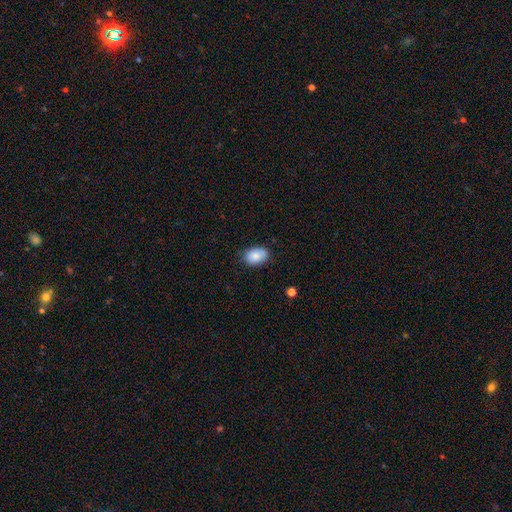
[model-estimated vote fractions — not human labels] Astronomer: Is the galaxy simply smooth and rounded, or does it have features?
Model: smooth — 85%.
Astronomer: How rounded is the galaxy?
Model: in between — 83%.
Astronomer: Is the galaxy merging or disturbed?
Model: none — 81%.